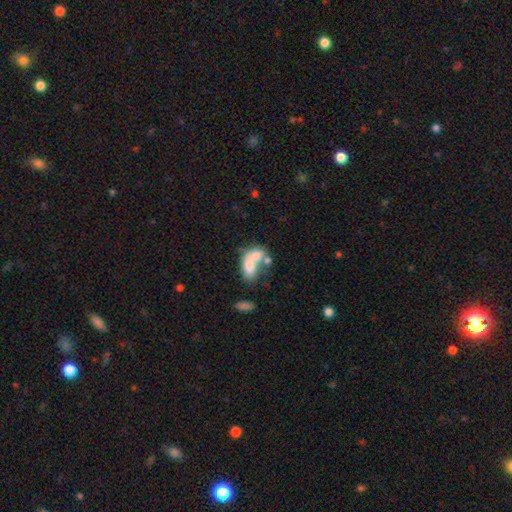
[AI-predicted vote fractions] Morphology: type=smooth (63%); roundness=in between (83%); merging=merger (65%).